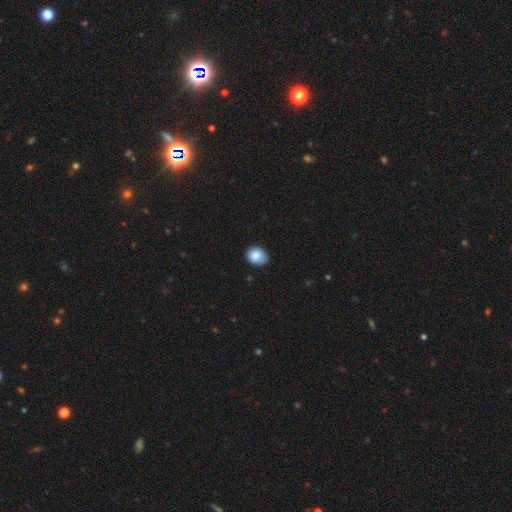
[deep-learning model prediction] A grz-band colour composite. It shows a smooth galaxy with no disk features (83%) that is in between round and cigar-shaped (50%). Merging: none (74%).